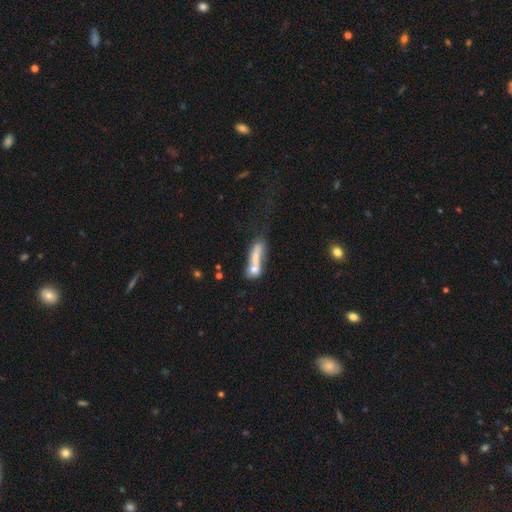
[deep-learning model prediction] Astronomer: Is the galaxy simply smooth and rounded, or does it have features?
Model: smooth — 61%.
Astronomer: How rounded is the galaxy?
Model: cigar-shaped — 49% (runner-up: in between, 44%).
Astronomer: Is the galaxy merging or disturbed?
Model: merger — 57%.